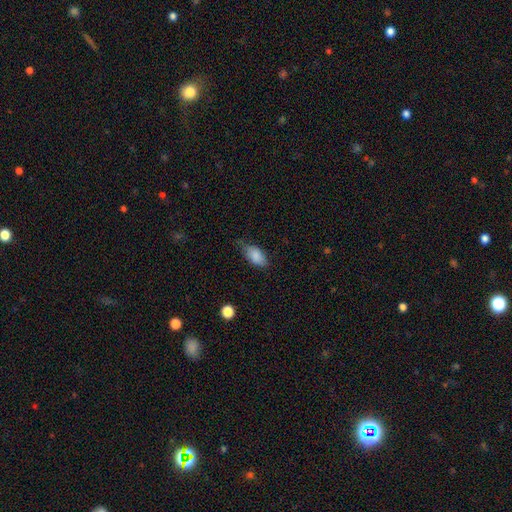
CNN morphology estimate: smooth_or_featured: smooth (p=0.85) [alt: star or artifact p=0.07]
how_rounded: in between (p=0.92) [alt: round p=0.04]
merging: none (p=0.61) [alt: minor disturbance p=0.31]